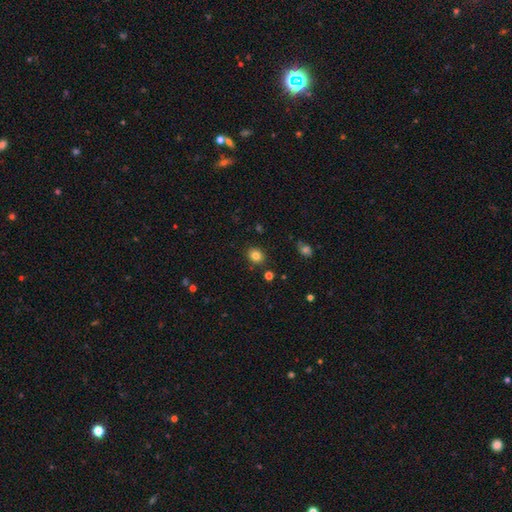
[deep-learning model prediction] smooth-or-featured: smooth: 82% | star or artifact: 12% | featured or disk: 6%
  how-rounded: round: 61% | in between: 38% | cigar-shaped: 1%
  merging: none: 86% | minor disturbance: 9% | merger: 3% | major disturbance: 2%